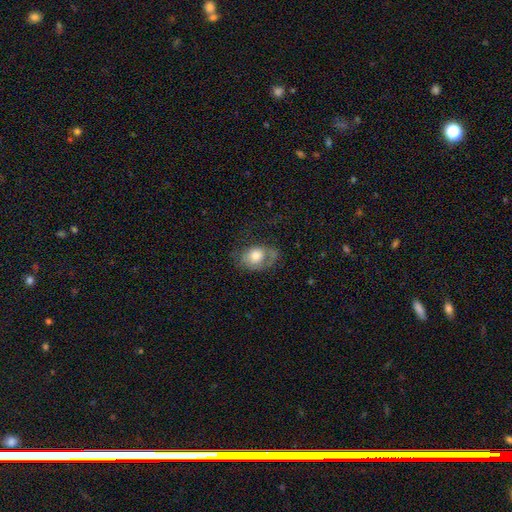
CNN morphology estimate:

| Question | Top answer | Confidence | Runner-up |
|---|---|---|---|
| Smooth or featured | smooth | 60% | featured or disk (33%) |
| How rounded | in between | 66% | round (33%) |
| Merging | none | 41% | major disturbance (31%) |